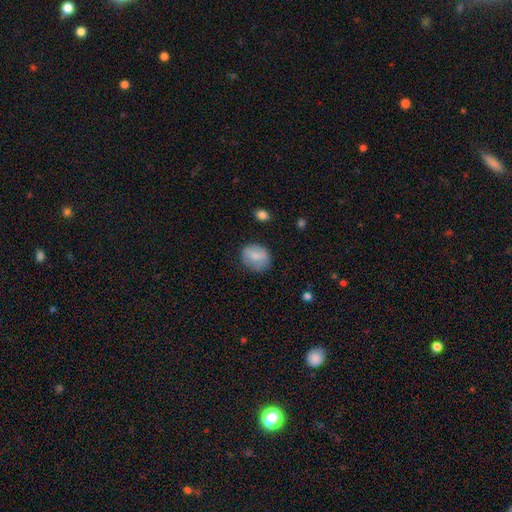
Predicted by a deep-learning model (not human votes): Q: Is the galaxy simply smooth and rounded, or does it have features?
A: smooth — 78%.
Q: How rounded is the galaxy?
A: in between — 58%.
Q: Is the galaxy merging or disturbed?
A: none — 73%.